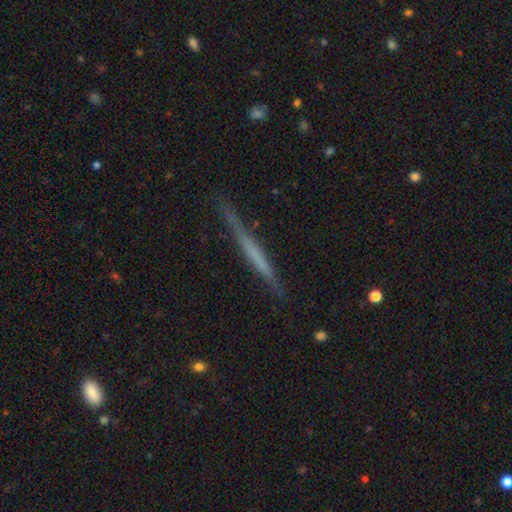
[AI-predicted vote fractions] Smooth or featured: featured or disk — 56% (smooth — 36%)
Edge-on disk: yes — 96% (no — 4%)
Edge-on bulge: none — 80% (boxy — 11%)
Merging: none — 80% (minor disturbance — 15%)